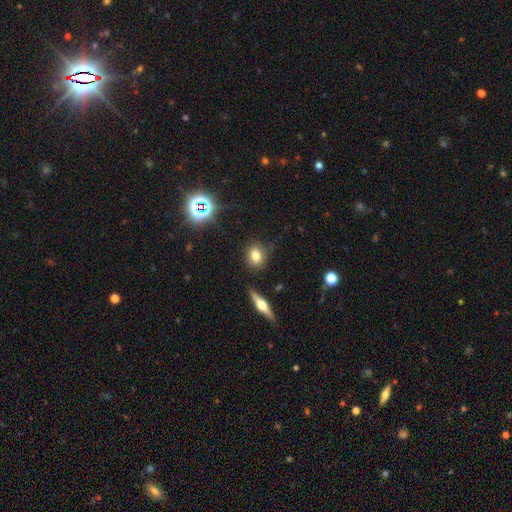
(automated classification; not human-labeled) A smooth galaxy with no disk features (75%) that is round (57%).

Vote fractions:
- Smooth or featured? smooth: 75% / star or artifact: 13% / featured or disk: 12%
- How rounded? round: 57% / in between: 40% / cigar-shaped: 3%
- Merging? none: 84% / minor disturbance: 10% / major disturbance: 3% / merger: 2%